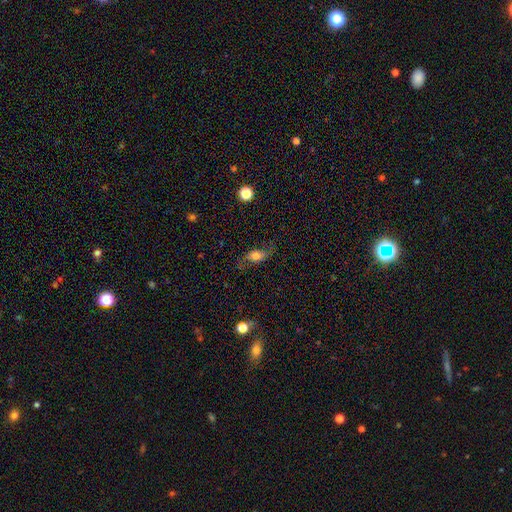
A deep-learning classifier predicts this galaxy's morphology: smooth_or_featured: smooth (p=0.51) [alt: featured or disk p=0.39]
how_rounded: in between (p=0.77) [alt: round p=0.15]
merging: none (p=0.61) [alt: minor disturbance p=0.22]